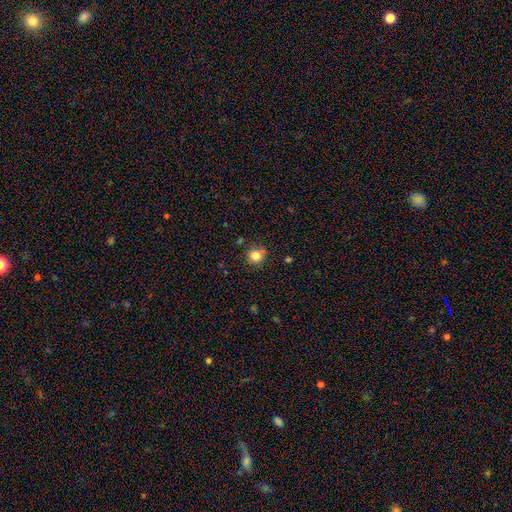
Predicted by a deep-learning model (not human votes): Q: Smooth or featured?
A: smooth (82%); runner-up: star or artifact (12%)
Q: How rounded?
A: round (91%); runner-up: in between (8%)
Q: Merging?
A: none (79%); runner-up: minor disturbance (11%)